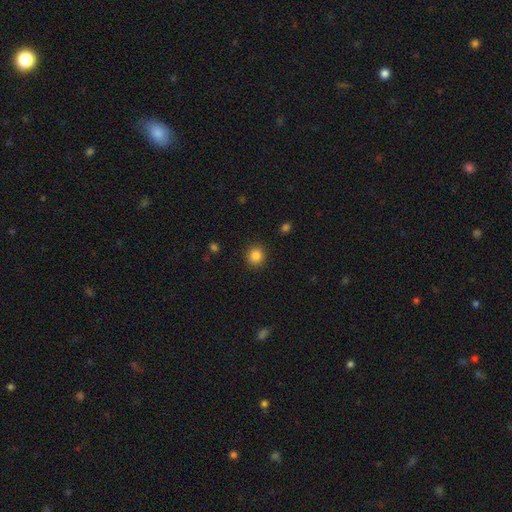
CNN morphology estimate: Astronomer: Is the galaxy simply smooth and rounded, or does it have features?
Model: smooth — 86%.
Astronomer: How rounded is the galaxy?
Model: round — 89%.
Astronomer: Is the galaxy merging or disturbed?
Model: none — 90%.